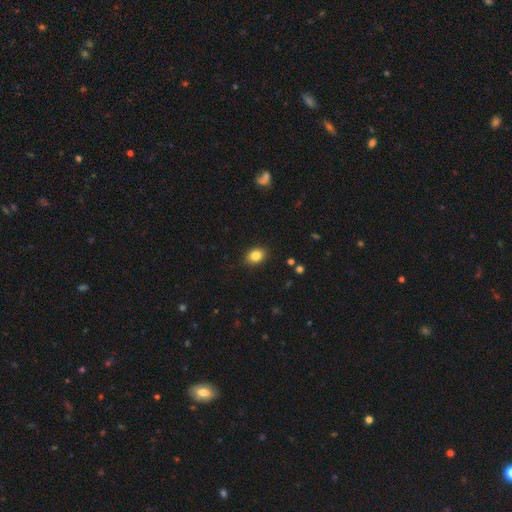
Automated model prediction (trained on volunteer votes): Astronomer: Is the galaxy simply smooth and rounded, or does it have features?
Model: smooth — 84%.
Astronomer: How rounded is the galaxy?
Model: in between — 68%.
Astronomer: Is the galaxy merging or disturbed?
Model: none — 89%.